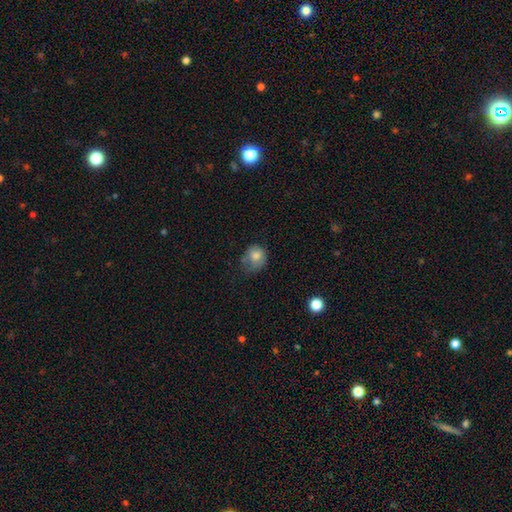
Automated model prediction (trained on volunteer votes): This is likely a smooth galaxy (78%). How rounded: likely round (66%). Merging: marginally none (39%).